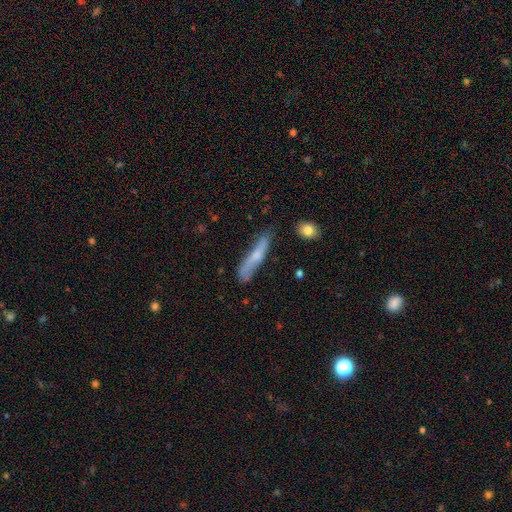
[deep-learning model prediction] smooth_or_featured: smooth (p=0.54) [alt: featured or disk p=0.40]
how_rounded: cigar-shaped (p=0.88) [alt: in between p=0.10]
merging: none (p=0.64) [alt: minor disturbance p=0.26]